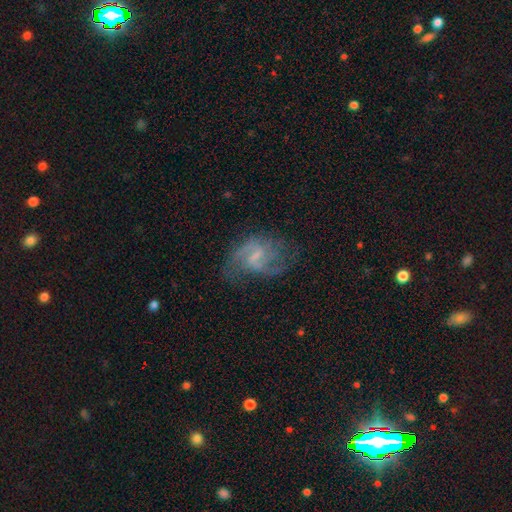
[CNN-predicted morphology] This is likely a featured or disk galaxy (78%). It is clearly not viewed edge-on (97%). Bar: possibly weak (59%). Spiral arm pattern: clearly yes (89%). Spiral arm count: likely 2 (63%). Spiral winding: possibly medium (45%). Central bulge: marginally small (44%). Merging: possibly none (55%).